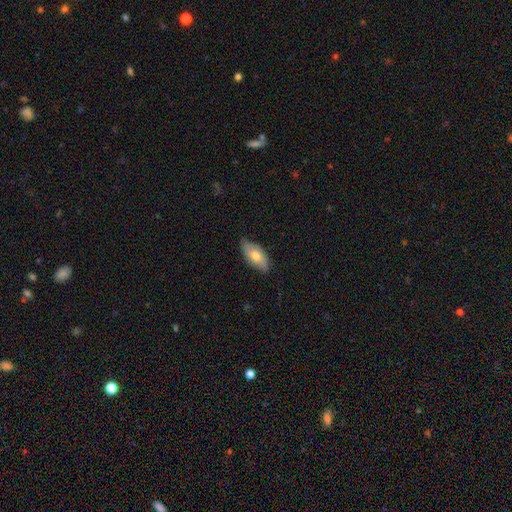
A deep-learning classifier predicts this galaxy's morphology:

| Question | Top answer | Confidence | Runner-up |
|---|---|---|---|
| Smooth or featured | smooth | 62% | featured or disk (32%) |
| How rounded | in between | 91% | cigar-shaped (6%) |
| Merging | none | 75% | minor disturbance (21%) |